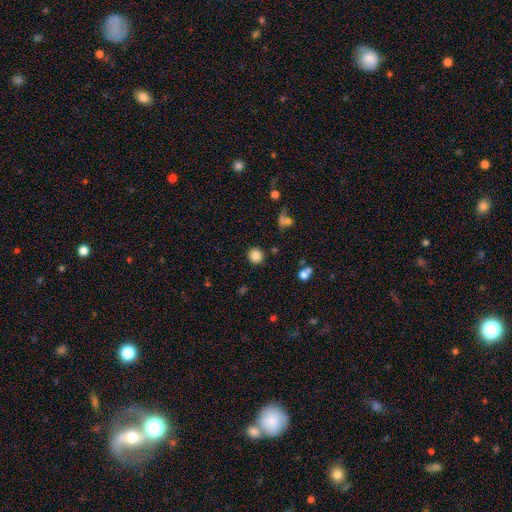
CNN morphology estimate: smooth-or-featured: smooth: 85% | star or artifact: 11% | featured or disk: 4%
  how-rounded: round: 92% | in between: 7% | cigar-shaped: 1%
  merging: none: 89% | minor disturbance: 6% | merger: 2% | major disturbance: 2%